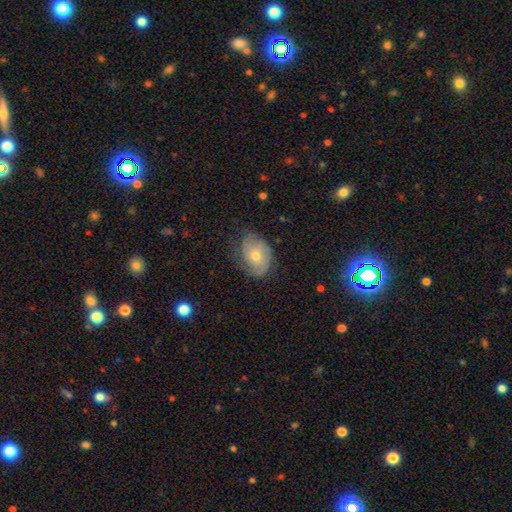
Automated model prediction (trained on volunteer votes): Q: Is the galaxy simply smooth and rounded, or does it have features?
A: smooth — 46%.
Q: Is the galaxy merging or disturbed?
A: none — 62%.